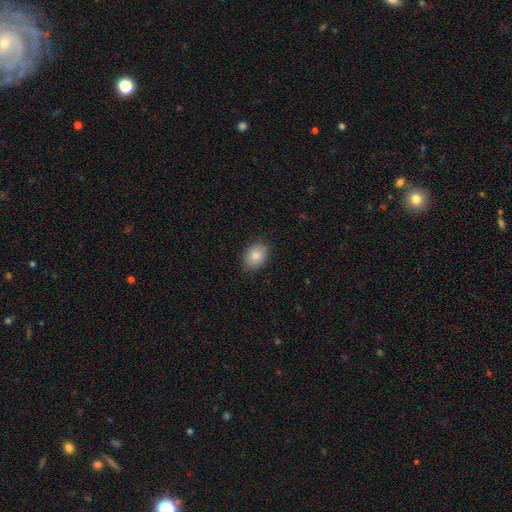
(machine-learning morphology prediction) This appears to be a smooth galaxy with no disk features (85%) that is in between round and cigar-shaped (69%). Merging: none (86%).